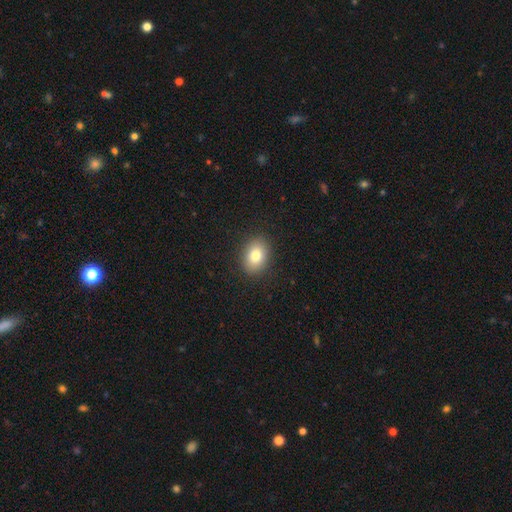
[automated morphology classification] The model was most divided on "how rounded": in between: 72%, round: 27%, cigar-shaped: 1%. More confident: merging — none (89%); smooth or featured — smooth (81%).